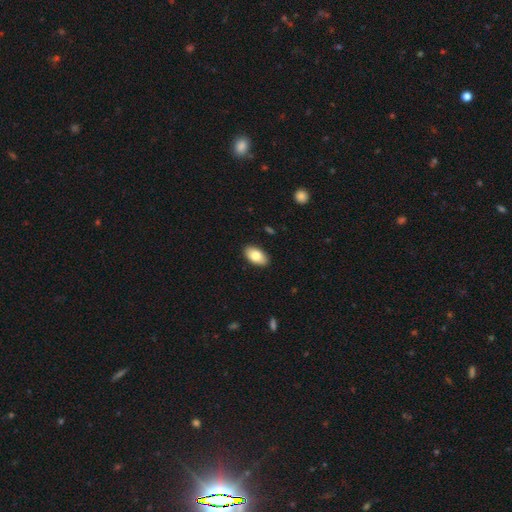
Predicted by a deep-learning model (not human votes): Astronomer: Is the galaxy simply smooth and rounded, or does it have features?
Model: smooth — 82%.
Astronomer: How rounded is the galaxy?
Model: in between — 94%.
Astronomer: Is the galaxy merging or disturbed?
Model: none — 89%.